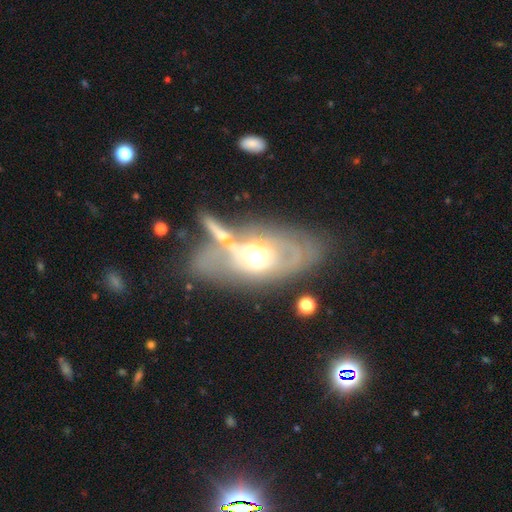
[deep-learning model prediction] Smooth or featured: featured or disk — 69% (smooth — 23%)
Edge-on disk: no — 79% (yes — 21%)
Bar: no — 77% (weak — 17%)
Spiral arms: no — 52% (yes — 48%)
Bulge size: moderate — 60% (large — 29%)
Merging: none — 38% (merger — 27%)